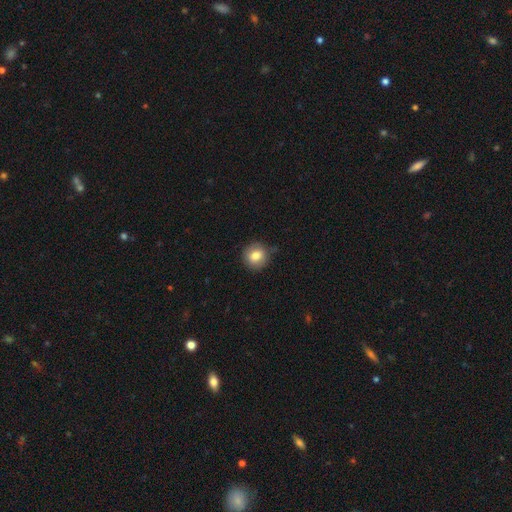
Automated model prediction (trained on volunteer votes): smooth_or_featured: smooth (p=0.81) [alt: featured or disk p=0.10]
how_rounded: round (p=0.89) [alt: in between p=0.10]
merging: none (p=0.81) [alt: minor disturbance p=0.14]